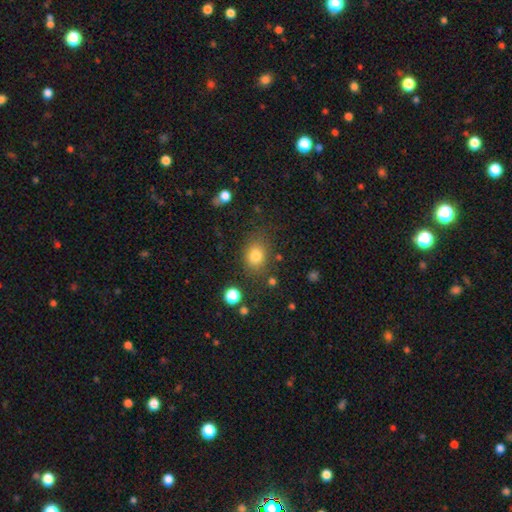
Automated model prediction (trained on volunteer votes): smooth 80%, star or artifact 12%, featured or disk 8%. Down the decision tree: how rounded — in between (50%); merging — none (76%).